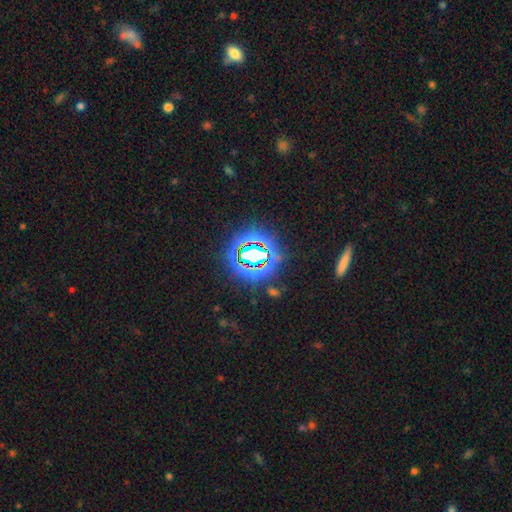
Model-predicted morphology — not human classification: Smooth or featured: star or artifact — 74% (smooth — 15%)